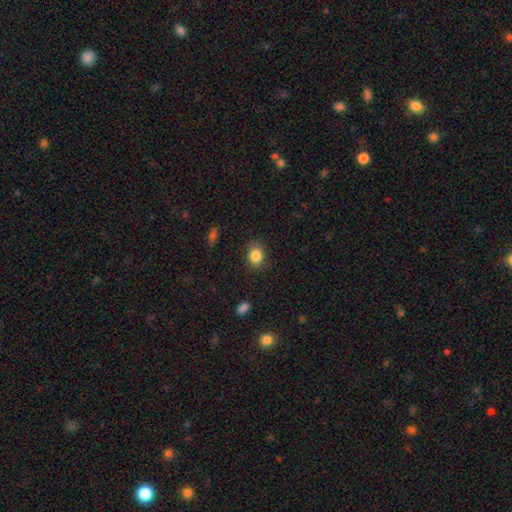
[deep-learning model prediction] Morphology: type=smooth (85%); roundness=in between (51%); merging=none (76%).